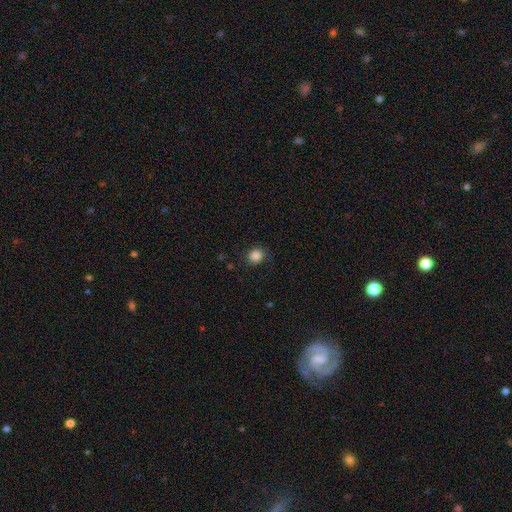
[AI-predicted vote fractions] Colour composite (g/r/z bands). It shows a smooth galaxy with no disk features (86%) that is round (84%). Merging: none (83%).